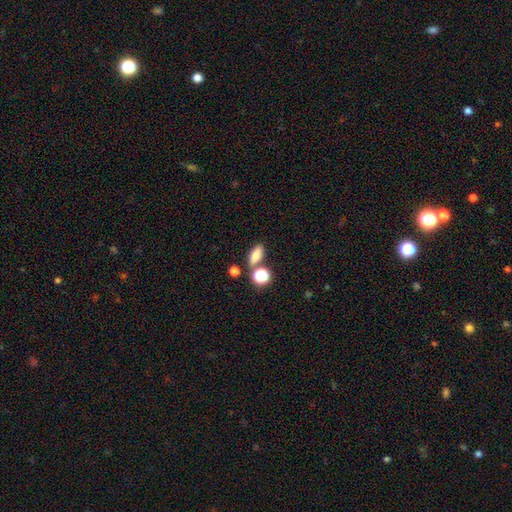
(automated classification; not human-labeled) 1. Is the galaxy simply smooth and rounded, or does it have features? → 79% smooth, 12% star or artifact, 9% featured or disk.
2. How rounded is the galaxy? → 71% in between, 16% round, 13% cigar-shaped.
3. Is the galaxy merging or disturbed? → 70% none, 15% merger, 11% minor disturbance, 4% major disturbance.